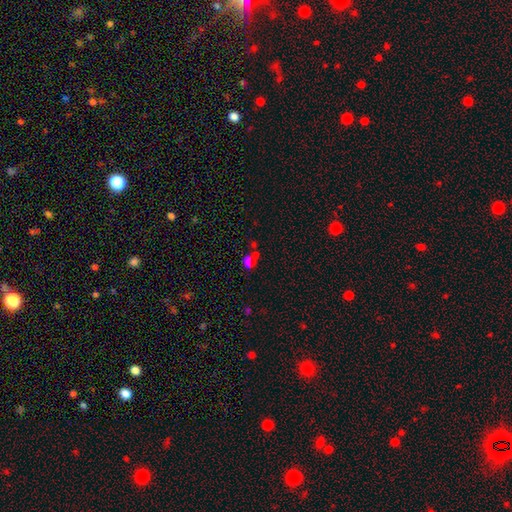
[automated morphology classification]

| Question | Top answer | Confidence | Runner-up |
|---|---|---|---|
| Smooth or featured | smooth | 52% | star or artifact (39%) |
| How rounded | round | 75% | in between (23%) |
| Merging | none | 63% | merger (21%) |